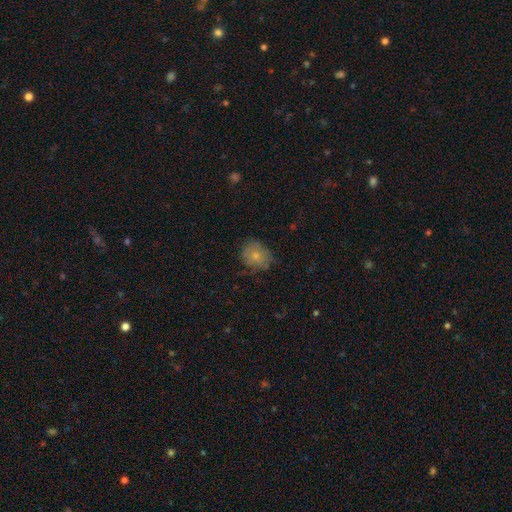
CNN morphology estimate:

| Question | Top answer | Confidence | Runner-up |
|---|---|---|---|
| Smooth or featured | smooth | 74% | featured or disk (18%) |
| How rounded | round | 59% | in between (40%) |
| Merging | none | 63% | minor disturbance (27%) |